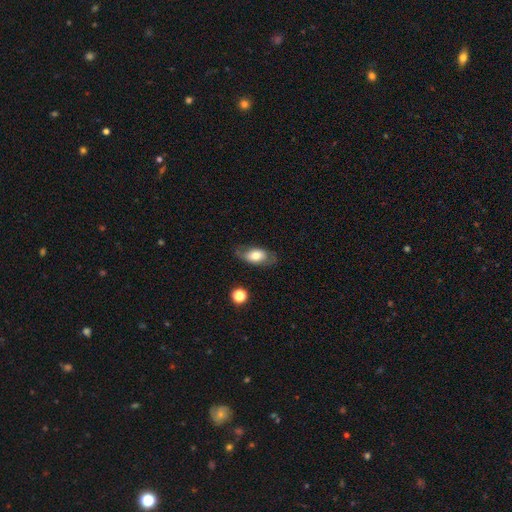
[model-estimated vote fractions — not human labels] A smooth galaxy with no disk features (60%) that is in between round and cigar-shaped (87%). Merging: none (63%).